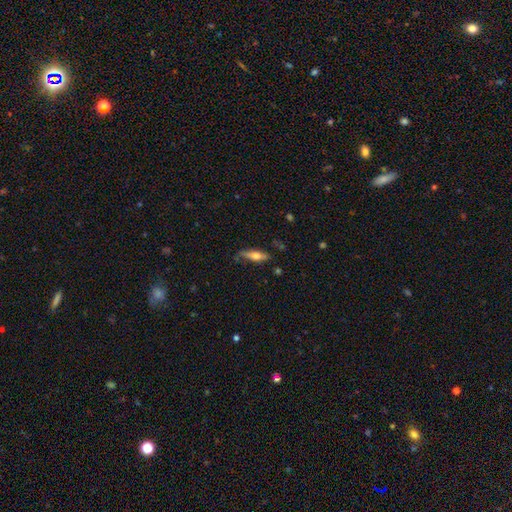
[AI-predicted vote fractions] Overall: smooth (52%; featured or disk 42%). How rounded: cigar-shaped (61%; in between 36%). Merging: none (72%).